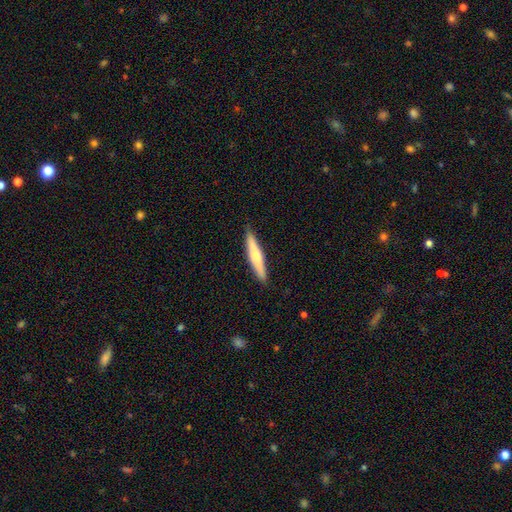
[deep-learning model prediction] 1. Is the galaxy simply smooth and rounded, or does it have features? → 55% smooth, 40% featured or disk, 5% star or artifact.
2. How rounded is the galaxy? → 91% cigar-shaped, 7% in between, 1% round.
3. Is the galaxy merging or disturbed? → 89% none, 8% minor disturbance, 1% major disturbance, 1% merger.